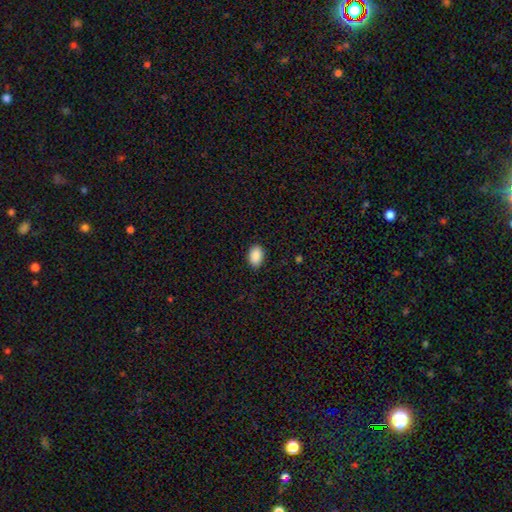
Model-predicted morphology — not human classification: type=smooth (90%); roundness=in between (87%); merging=none (88%).